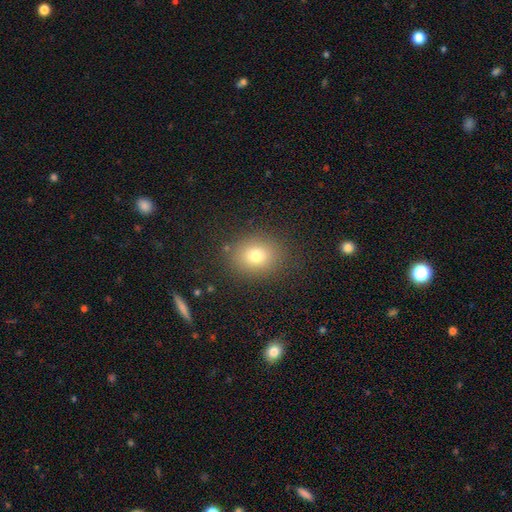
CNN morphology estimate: The model was most divided on "how rounded": round: 51%, in between: 48%, cigar-shaped: 1%. More confident: merging — none (84%); smooth or featured — smooth (76%).